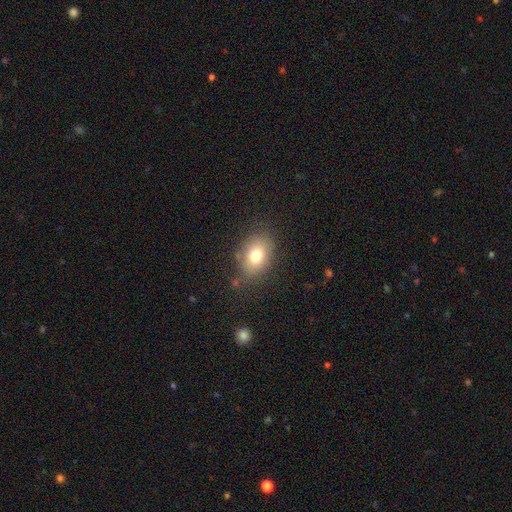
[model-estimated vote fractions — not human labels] A smooth galaxy with no disk features (76%) that is in between round and cigar-shaped (71%).

Vote fractions:
- Smooth or featured? smooth: 76% / featured or disk: 13% / star or artifact: 11%
- How rounded? in between: 71% / round: 27% / cigar-shaped: 1%
- Merging? none: 78% / minor disturbance: 15% / major disturbance: 5% / merger: 2%